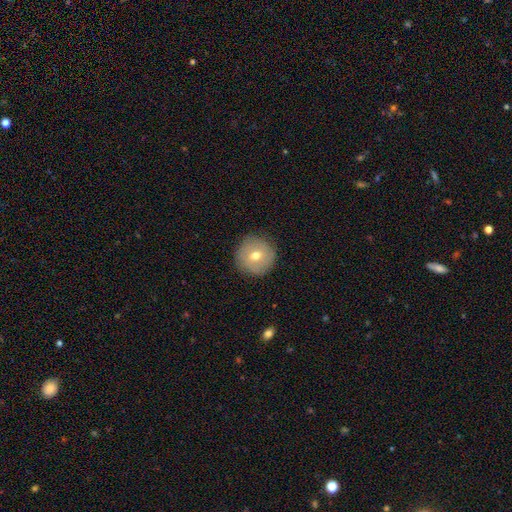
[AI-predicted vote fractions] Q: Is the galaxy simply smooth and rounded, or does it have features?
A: smooth — 62%.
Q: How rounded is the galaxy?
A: round — 96%.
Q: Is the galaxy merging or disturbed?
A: none — 89%.